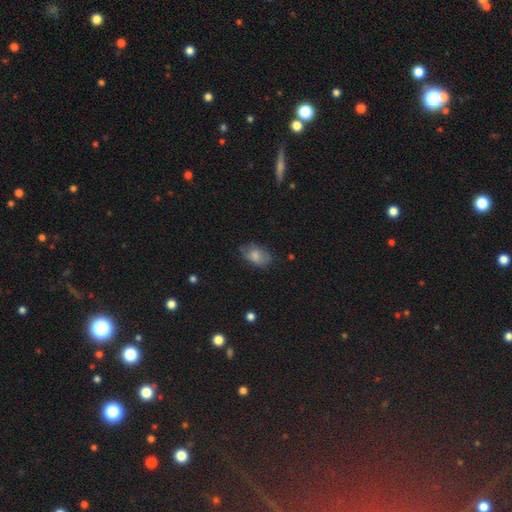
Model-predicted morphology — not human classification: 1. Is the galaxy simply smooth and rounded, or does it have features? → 76% smooth, 16% featured or disk, 8% star or artifact.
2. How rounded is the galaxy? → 88% in between, 10% round, 2% cigar-shaped.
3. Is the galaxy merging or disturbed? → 60% none, 28% minor disturbance, 10% major disturbance, 2% merger.